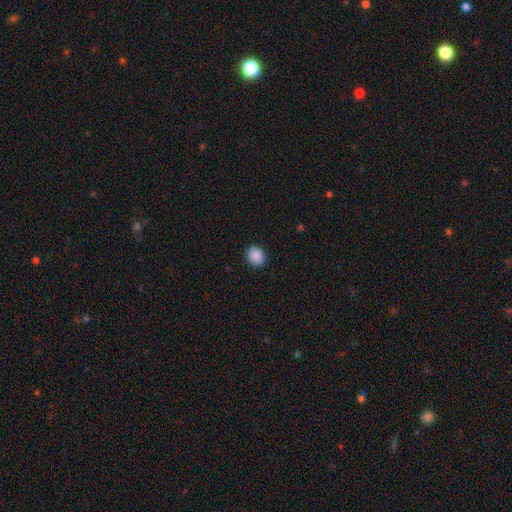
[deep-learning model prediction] Smooth or featured? Predicted: smooth (p=0.89). How rounded? Predicted: round (p=0.69). Merging? Predicted: none (p=0.90).